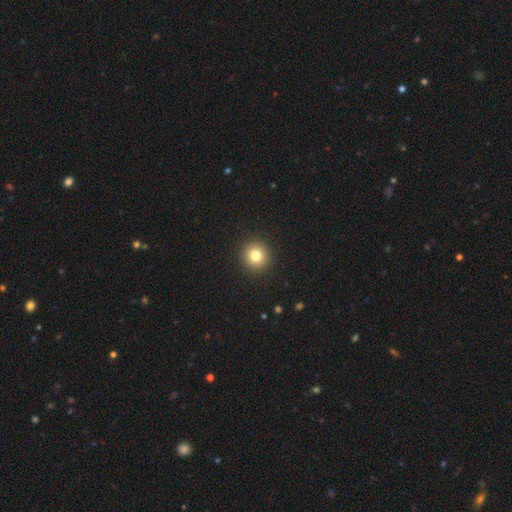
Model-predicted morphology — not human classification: Smooth or featured: smooth — 80% (star or artifact — 12%)
How rounded: round — 93% (in between — 6%)
Merging: none — 93% (minor disturbance — 4%)